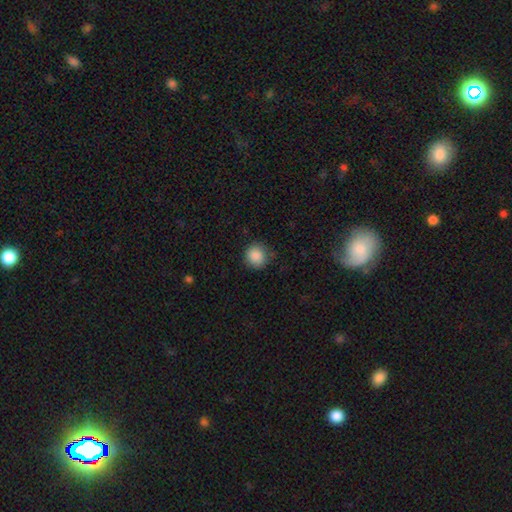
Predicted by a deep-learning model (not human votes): Smooth or featured? Predicted: smooth (p=0.88). How rounded? Predicted: round (p=0.89). Merging? Predicted: none (p=0.82).